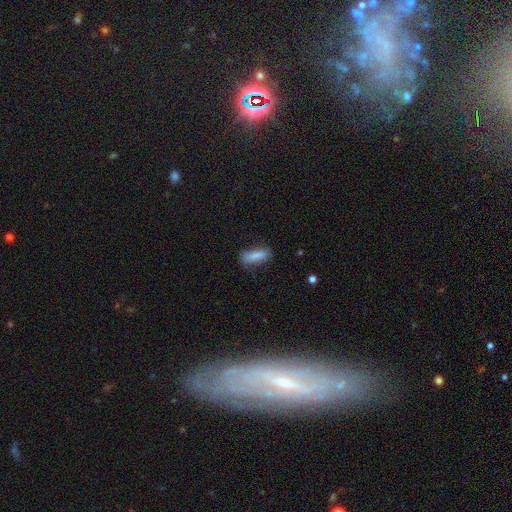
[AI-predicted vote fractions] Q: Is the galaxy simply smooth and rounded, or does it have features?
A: smooth — 83%.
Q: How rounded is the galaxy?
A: in between — 57%.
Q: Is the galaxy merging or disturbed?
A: none — 69%.